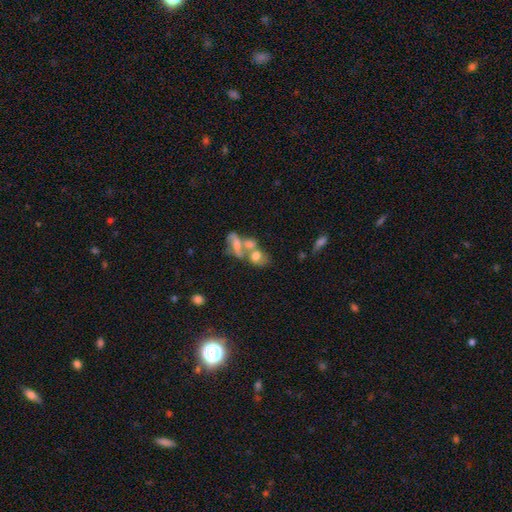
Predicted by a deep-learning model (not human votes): Smooth or featured?
  - smooth: 59% *
  - featured or disk: 28%
  - star or artifact: 12%
How rounded?
  - in between: 68% *
  - round: 28%
  - cigar-shaped: 4%
Merging?
  - merger: 61% *
  - none: 21%
  - major disturbance: 10%
  - minor disturbance: 9%